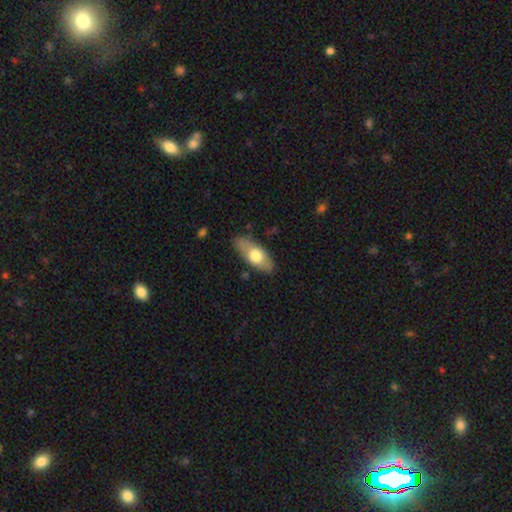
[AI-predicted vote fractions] smooth_or_featured: smooth (p=0.64) [alt: featured or disk p=0.30]
how_rounded: in between (p=0.81) [alt: cigar-shaped p=0.16]
merging: none (p=0.82) [alt: minor disturbance p=0.13]